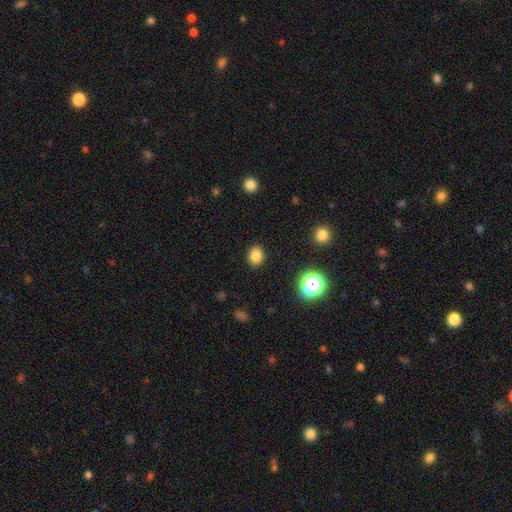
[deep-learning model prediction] This is clearly a smooth galaxy (82%). How rounded: possibly round (56%). Merging: clearly none (90%).